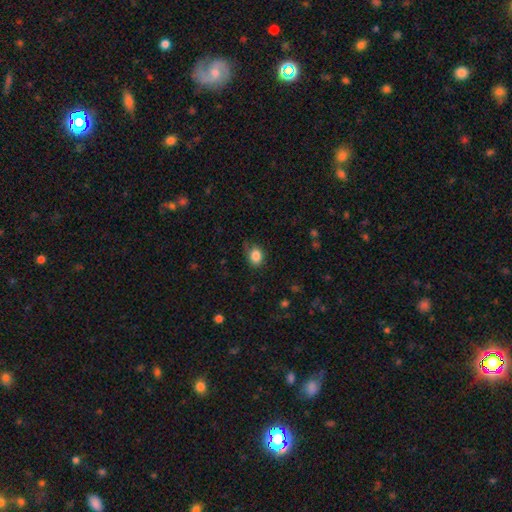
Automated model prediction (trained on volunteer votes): The model was most divided on "how rounded": in between: 56%, round: 43%, cigar-shaped: 1%. More confident: smooth or featured — smooth (85%); merging — none (70%).